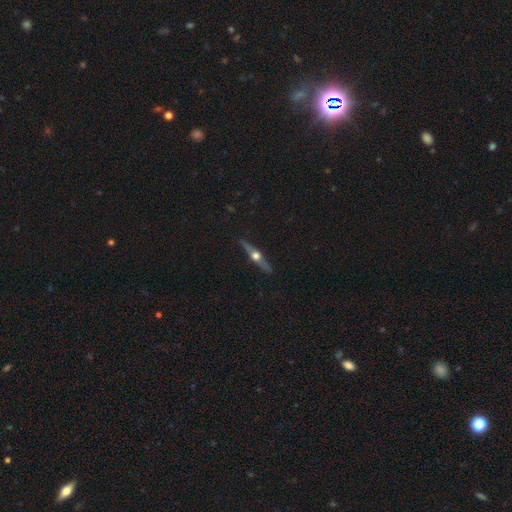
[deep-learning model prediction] This is clearly a featured or disk galaxy (80%). It is clearly viewed edge-on (98%). Edge-on bulge: clearly rounded (97%). Merging: clearly none (91%).